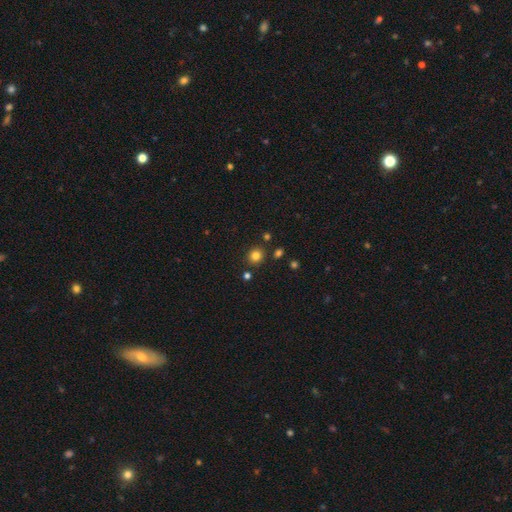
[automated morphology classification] smooth 81%, star or artifact 14%, featured or disk 6%. Down the decision tree: how rounded — round (85%); merging — none (85%).